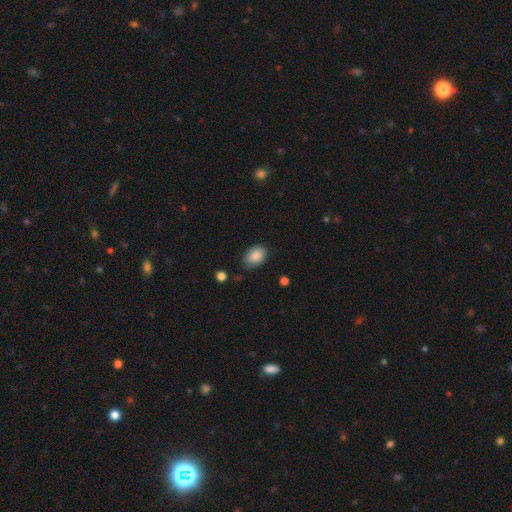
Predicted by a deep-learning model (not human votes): Smooth or featured? Predicted: smooth (p=0.87). How rounded? Predicted: in between (p=0.78). Merging? Predicted: none (p=0.74).